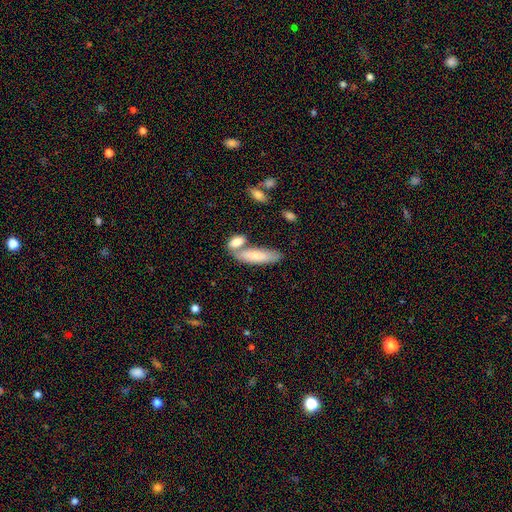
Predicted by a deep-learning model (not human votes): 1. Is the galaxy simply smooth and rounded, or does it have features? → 74% smooth, 21% featured or disk, 6% star or artifact.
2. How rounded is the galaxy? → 49% cigar-shaped (tied), 49% in between (tied), 2% round.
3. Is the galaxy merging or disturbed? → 52% none, 31% merger, 14% minor disturbance, 4% major disturbance.